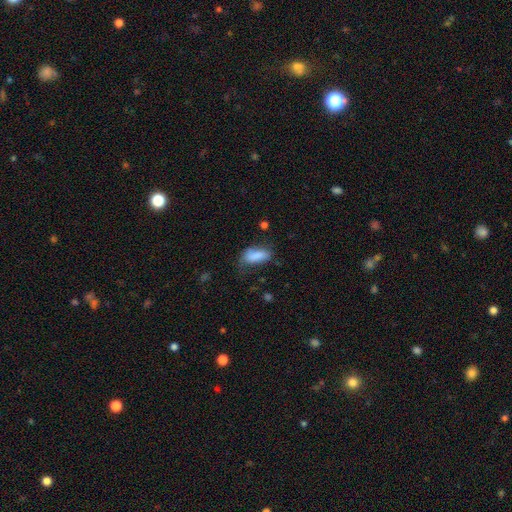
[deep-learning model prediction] Smooth or featured? Predicted: smooth (p=0.83). How rounded? Predicted: in between (p=0.86). Merging? Predicted: none (p=0.46).